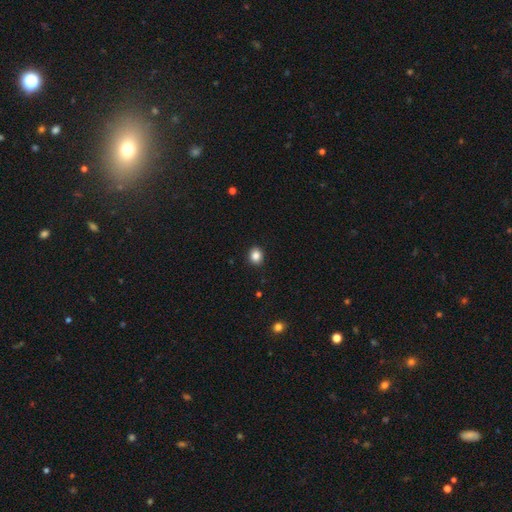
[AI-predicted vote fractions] A smooth galaxy with no disk features (86%) that is round (70%).

Vote fractions:
- Smooth or featured? smooth: 86% / star or artifact: 10% / featured or disk: 4%
- How rounded? round: 70% / in between: 29% / cigar-shaped: 1%
- Merging? none: 91% / minor disturbance: 6% / major disturbance: 2% / merger: 1%